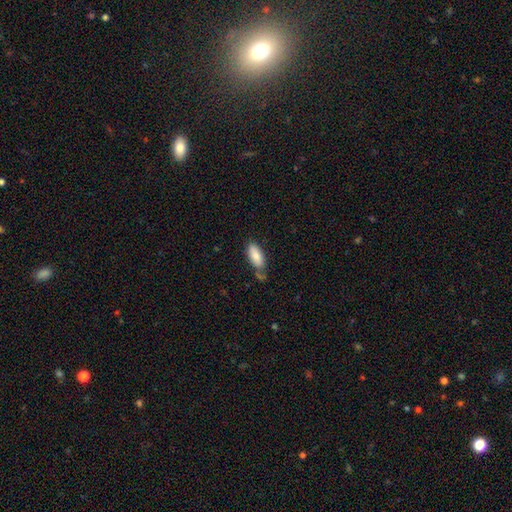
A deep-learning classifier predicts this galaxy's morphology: Q: Smooth or featured?
A: smooth (82%); runner-up: featured or disk (11%)
Q: How rounded?
A: in between (85%); runner-up: cigar-shaped (13%)
Q: Merging?
A: none (60%); runner-up: minor disturbance (25%)